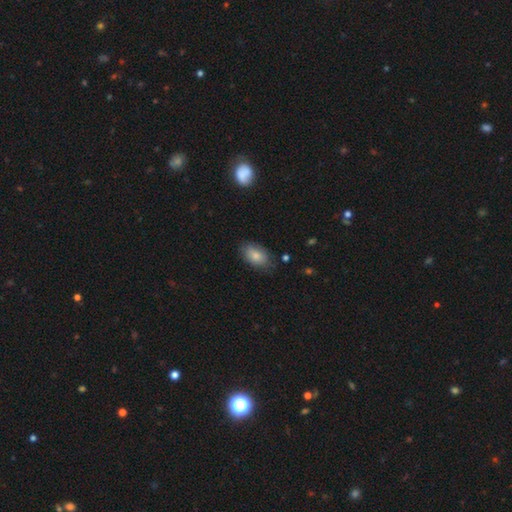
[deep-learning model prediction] smooth_or_featured: smooth (p=0.81) [alt: featured or disk p=0.12]
how_rounded: in between (p=0.91) [alt: round p=0.08]
merging: none (p=0.75) [alt: minor disturbance p=0.20]